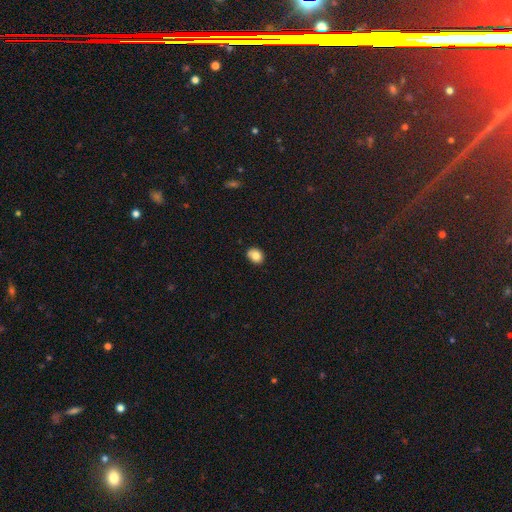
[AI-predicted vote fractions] Smooth or featured? smooth (82%)
How rounded? in between (53%)
Merging? none (80%)